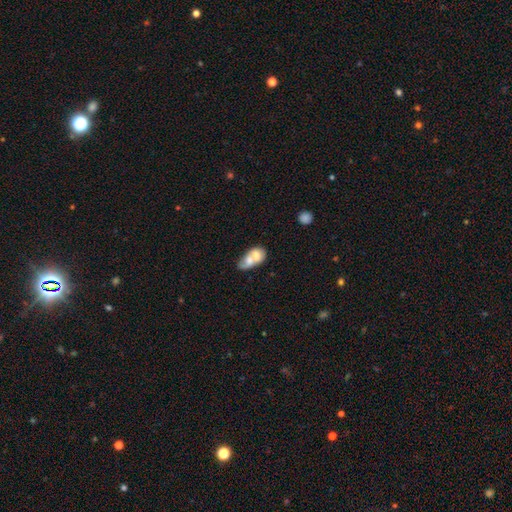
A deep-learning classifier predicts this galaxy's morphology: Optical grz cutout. It shows a smooth galaxy with no disk features (60%) that is in between round and cigar-shaped (81%). Merging: merger (70%).